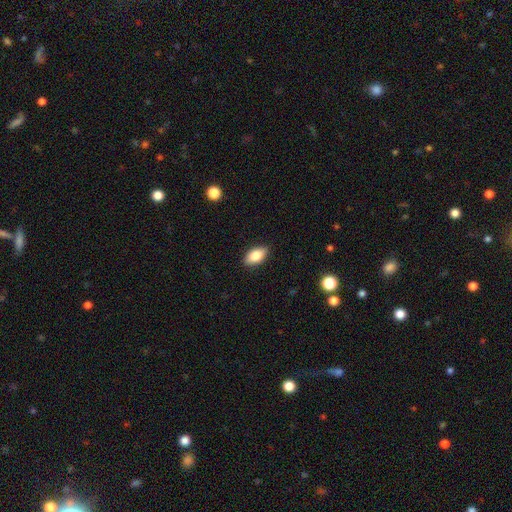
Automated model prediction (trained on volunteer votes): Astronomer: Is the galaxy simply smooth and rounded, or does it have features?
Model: smooth — 82%.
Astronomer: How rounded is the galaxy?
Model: in between — 90%.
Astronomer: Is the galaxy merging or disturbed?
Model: none — 87%.